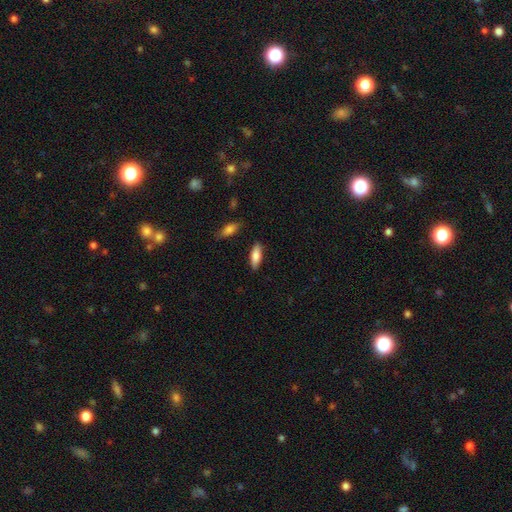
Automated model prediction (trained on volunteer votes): smooth 79%, featured or disk 15%, star or artifact 6%. Down the decision tree: how rounded — in between (64%); merging — none (86%).